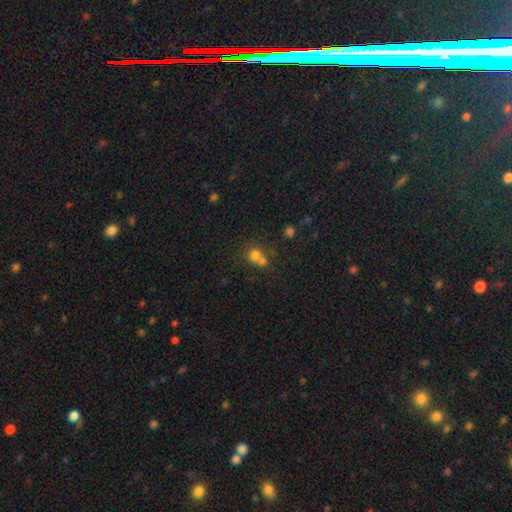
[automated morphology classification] smooth-or-featured: smooth: 72% | star or artifact: 16% | featured or disk: 13%
  how-rounded: round: 79% | in between: 20% | cigar-shaped: 1%
  merging: merger: 51% | none: 37% | minor disturbance: 7% | major disturbance: 4%